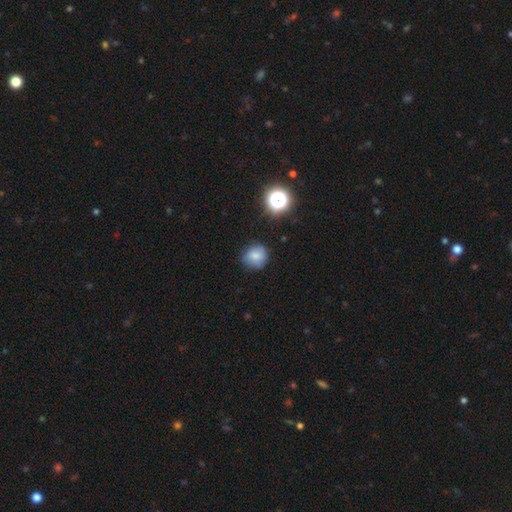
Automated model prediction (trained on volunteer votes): Smooth or featured: smooth — 77% (star or artifact — 13%)
How rounded: round — 84% (in between — 15%)
Merging: none — 76% (minor disturbance — 18%)